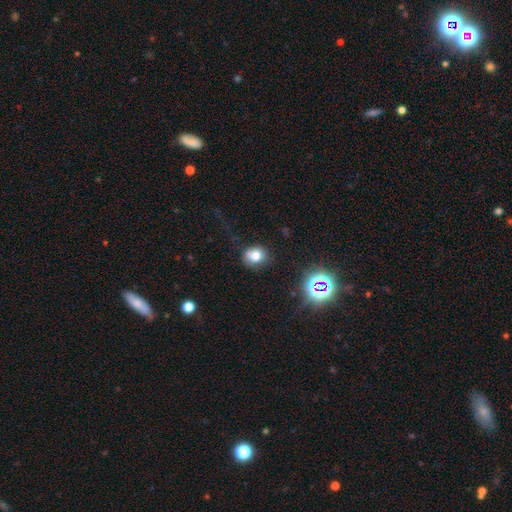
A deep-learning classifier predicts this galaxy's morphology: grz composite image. It shows a smooth galaxy with no disk features (74%) that is round (66%). Merging: none (70%).